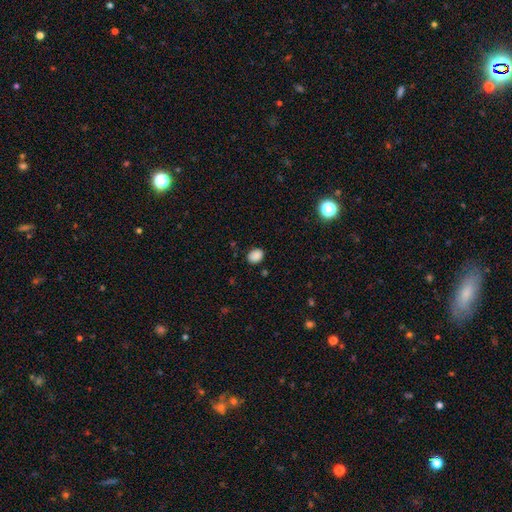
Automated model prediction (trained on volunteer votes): Q: Smooth or featured?
A: smooth (87%); runner-up: star or artifact (10%)
Q: How rounded?
A: in between (54%); runner-up: round (45%)
Q: Merging?
A: none (84%); runner-up: minor disturbance (12%)